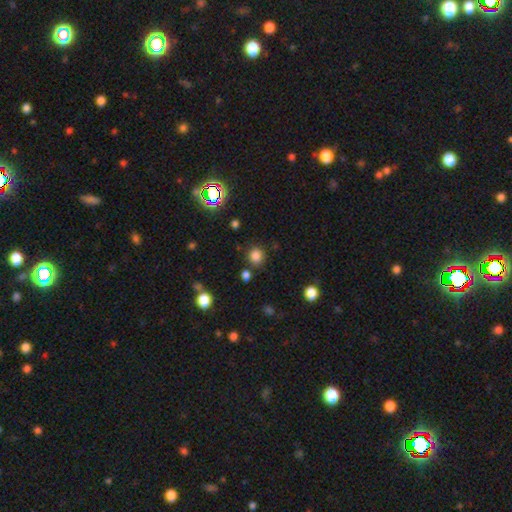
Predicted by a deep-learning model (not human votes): Smooth or featured: smooth — 79% (star or artifact — 17%)
How rounded: round — 88% (in between — 11%)
Merging: none — 83% (minor disturbance — 8%)